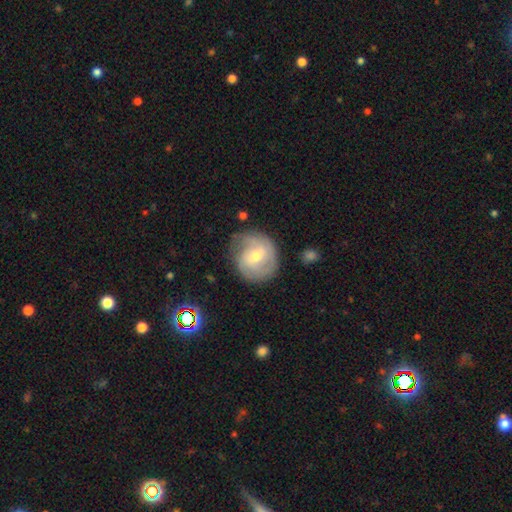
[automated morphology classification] smooth_or_featured: featured or disk (p=0.60) [alt: smooth p=0.33]
disk_edge_on: no (p=0.97) [alt: yes p=0.03]
bar: weak (p=0.55) [alt: no p=0.31]
has_spiral_arms: yes (p=0.81) [alt: no p=0.19]
bulge_size: moderate (p=0.57) [alt: small p=0.39]
merging: none (p=0.68) [alt: minor disturbance p=0.23]